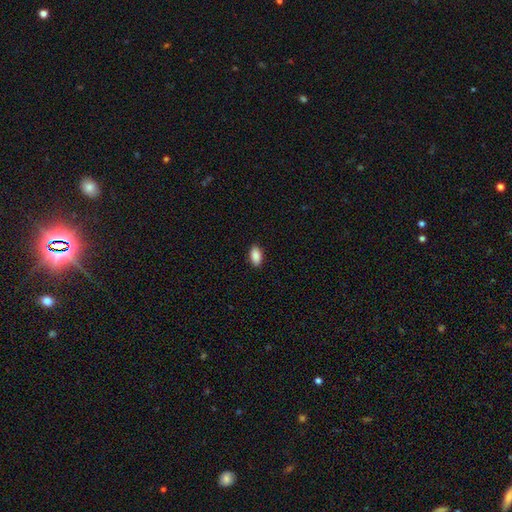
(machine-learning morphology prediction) This is clearly a smooth galaxy (90%). How rounded: clearly in between (93%). Merging: clearly none (89%).